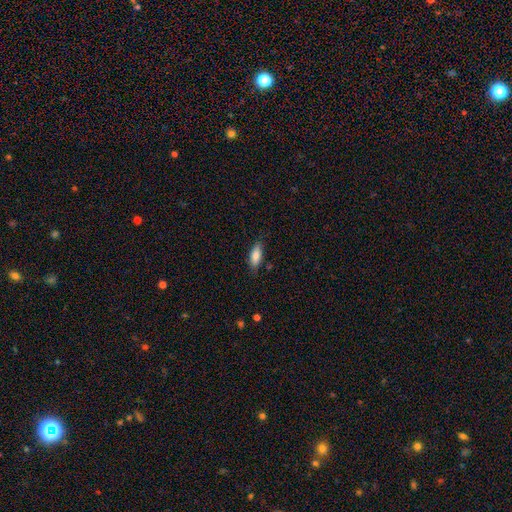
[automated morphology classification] A smooth galaxy with no disk features (81%) that is in between round and cigar-shaped (75%). Merging: none (79%).